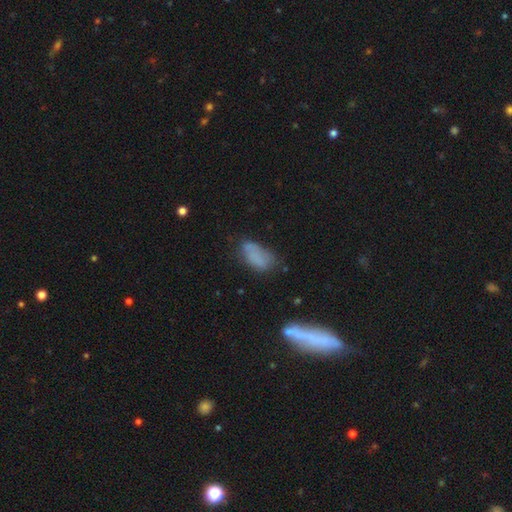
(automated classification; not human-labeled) This is likely a smooth galaxy (71%). How rounded: clearly in between (88%). Merging: possibly none (47%).